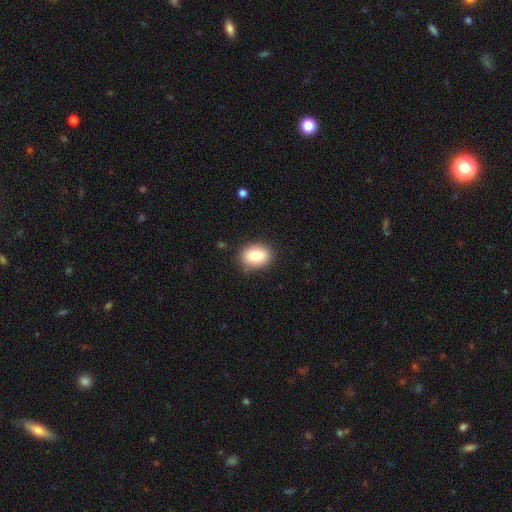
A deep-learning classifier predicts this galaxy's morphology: smooth 84%, star or artifact 8%, featured or disk 8%. Down the decision tree: how rounded — in between (63%); merging — none (86%).